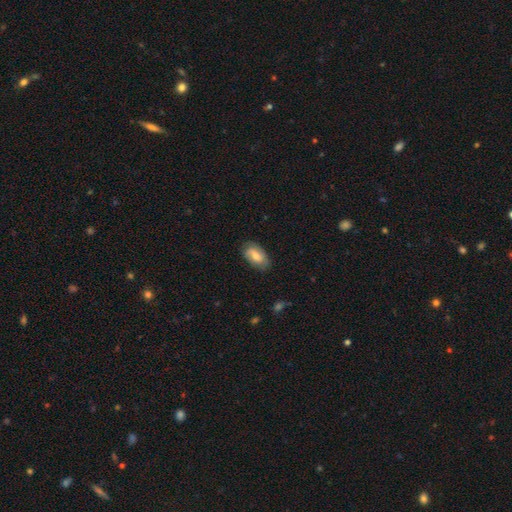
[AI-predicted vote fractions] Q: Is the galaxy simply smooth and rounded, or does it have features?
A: smooth — 64%.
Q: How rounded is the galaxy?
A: in between — 92%.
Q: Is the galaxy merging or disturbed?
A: none — 80%.